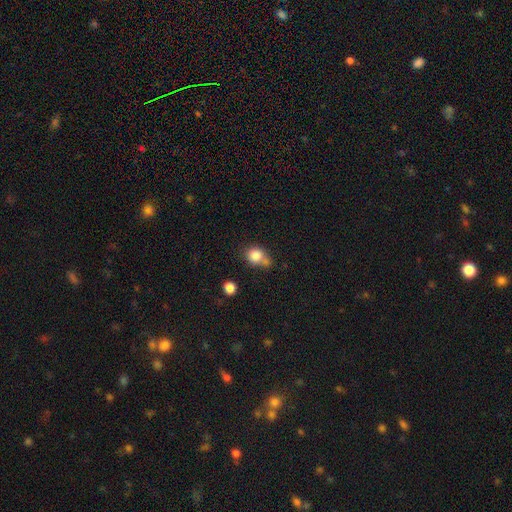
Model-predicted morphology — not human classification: The model was most divided on "merging": none: 42%, merger: 26%, minor disturbance: 23%, major disturbance: 9%. More confident: smooth or featured — smooth (81%); how rounded — round (66%).